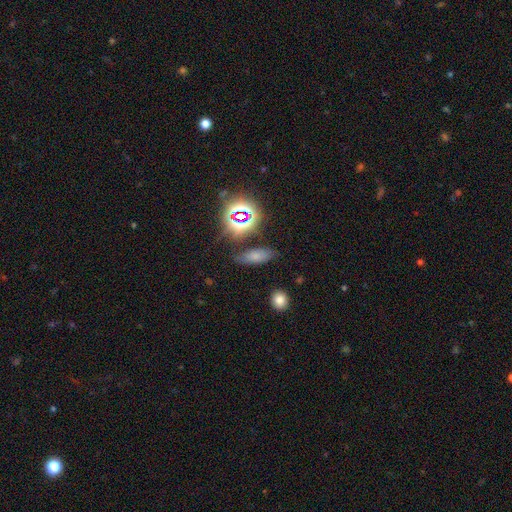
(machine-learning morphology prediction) Smooth or featured?
  - smooth: 62% *
  - star or artifact: 23%
  - featured or disk: 15%
How rounded?
  - in between: 72% *
  - cigar-shaped: 21%
  - round: 6%
Merging?
  - none: 73% *
  - minor disturbance: 17%
  - major disturbance: 6%
  - merger: 4%